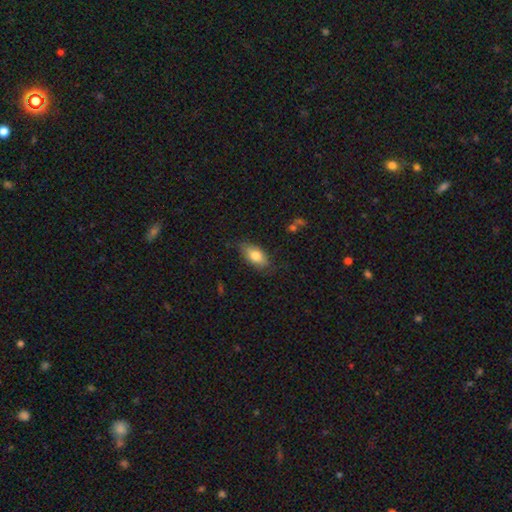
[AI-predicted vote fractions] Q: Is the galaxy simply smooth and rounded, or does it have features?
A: smooth — 79%.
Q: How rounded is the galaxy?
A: in between — 90%.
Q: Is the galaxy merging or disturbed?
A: none — 76%.